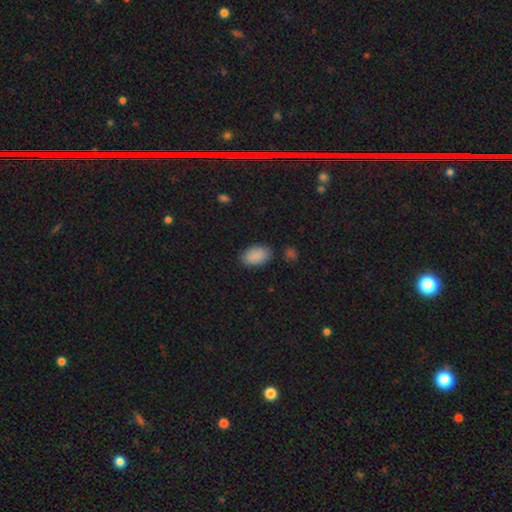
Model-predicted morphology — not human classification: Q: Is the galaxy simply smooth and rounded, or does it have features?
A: smooth — 89%.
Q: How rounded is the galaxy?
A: in between — 93%.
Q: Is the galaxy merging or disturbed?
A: none — 83%.